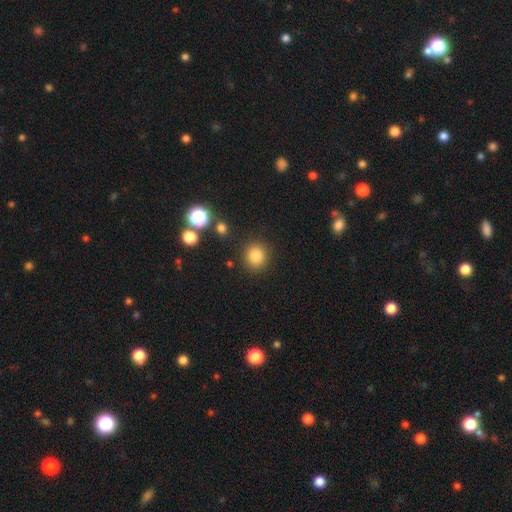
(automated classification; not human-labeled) Smooth or featured? Predicted: smooth (p=0.83). How rounded? Predicted: round (p=0.86). Merging? Predicted: none (p=0.87).